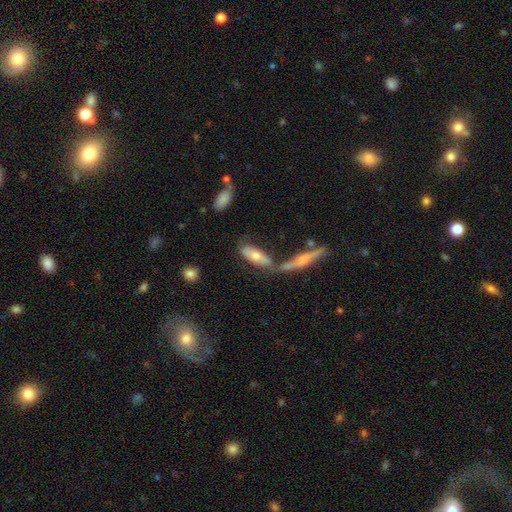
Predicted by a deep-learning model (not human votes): A smooth galaxy with no disk features (55%) that is in between round and cigar-shaped (67%). Merging: none (41%).